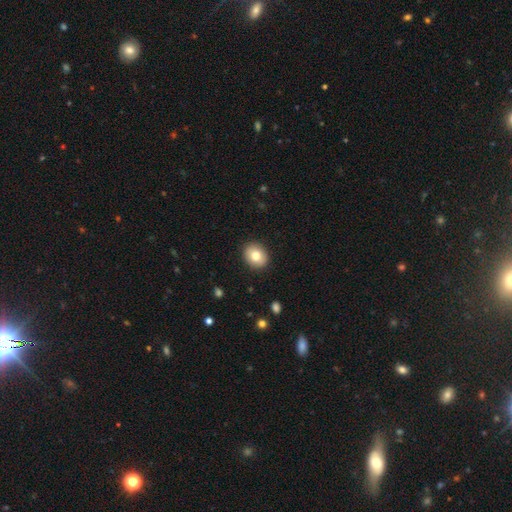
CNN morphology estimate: type=smooth (80%); roundness=round (59%); merging=none (90%).